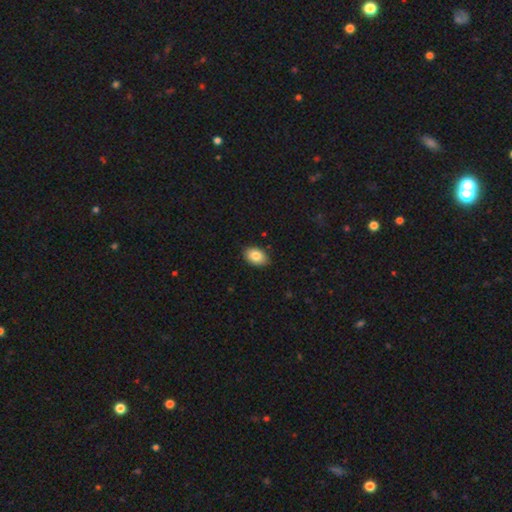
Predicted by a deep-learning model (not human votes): Overall: smooth (84%). How rounded: in between (86%). Merging: none (85%).